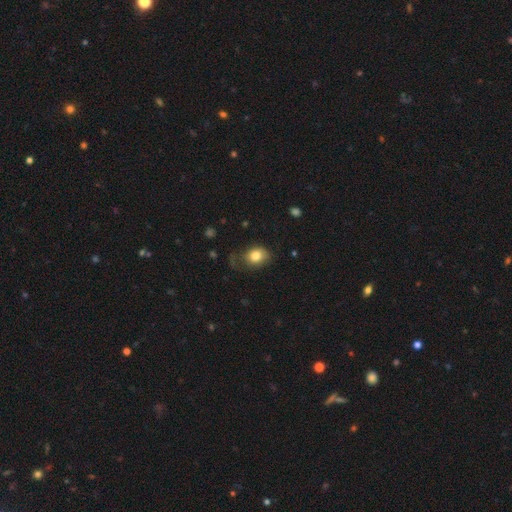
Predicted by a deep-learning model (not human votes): A smooth galaxy with no disk features (81%) that is in between round and cigar-shaped (54%). Merging: none (60%).